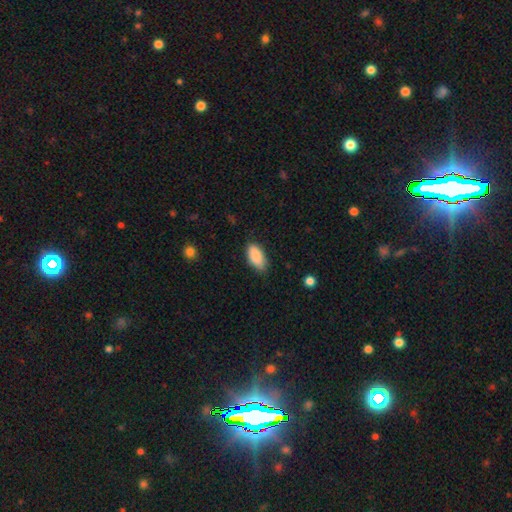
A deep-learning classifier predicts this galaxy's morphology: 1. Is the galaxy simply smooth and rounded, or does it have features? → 88% smooth, 7% star or artifact, 6% featured or disk.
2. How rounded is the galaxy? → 92% in between, 6% cigar-shaped, 2% round.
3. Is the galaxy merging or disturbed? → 77% none, 19% minor disturbance, 3% major disturbance, 1% merger.